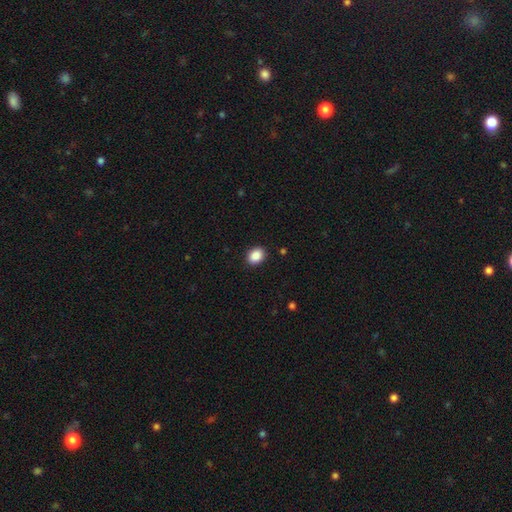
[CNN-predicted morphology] A smooth galaxy with no disk features (89%) that is in between round and cigar-shaped (61%).

Vote fractions:
- Smooth or featured? smooth: 89% / star or artifact: 8% / featured or disk: 3%
- How rounded? in between: 61% / round: 38% / cigar-shaped: 1%
- Merging? none: 90% / minor disturbance: 7% / major disturbance: 2% / merger: 1%